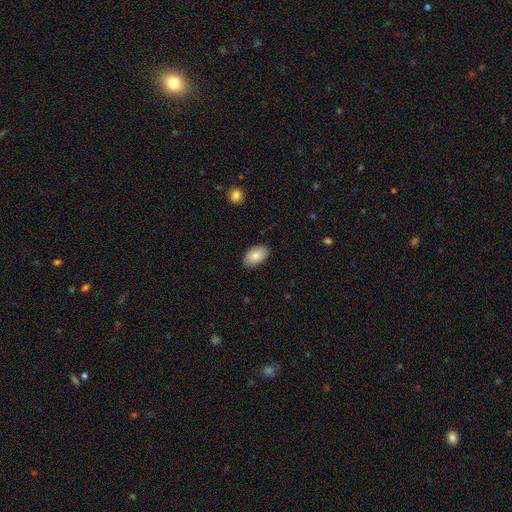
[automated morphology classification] smooth 85%, featured or disk 9%, star or artifact 6%. Down the decision tree: how rounded — in between (93%); merging — none (87%).